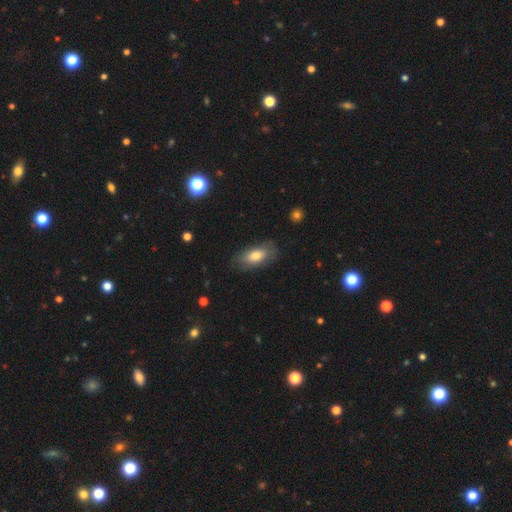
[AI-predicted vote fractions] The model was most divided on "smooth or featured": smooth: 71%, featured or disk: 22%, star or artifact: 7%. More confident: how rounded — in between (87%); merging — none (76%).